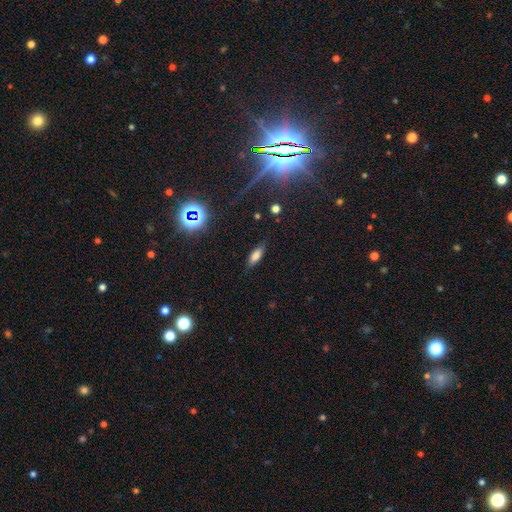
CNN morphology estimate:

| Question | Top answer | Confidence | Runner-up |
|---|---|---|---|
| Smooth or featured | smooth | 75% | star or artifact (13%) |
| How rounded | in between | 69% | cigar-shaped (28%) |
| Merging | none | 83% | minor disturbance (13%) |